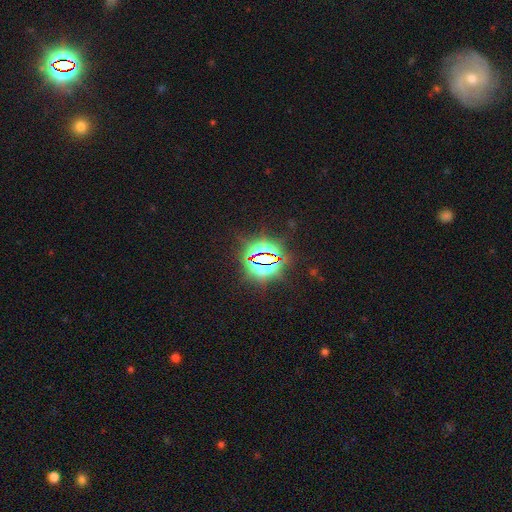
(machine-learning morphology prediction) Overall: star or artifact (83%).